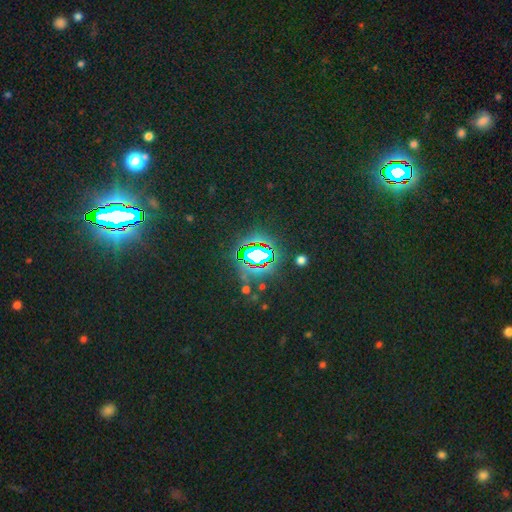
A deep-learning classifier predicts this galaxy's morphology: smooth-or-featured: star or artifact: 75% | smooth: 15% | featured or disk: 10%